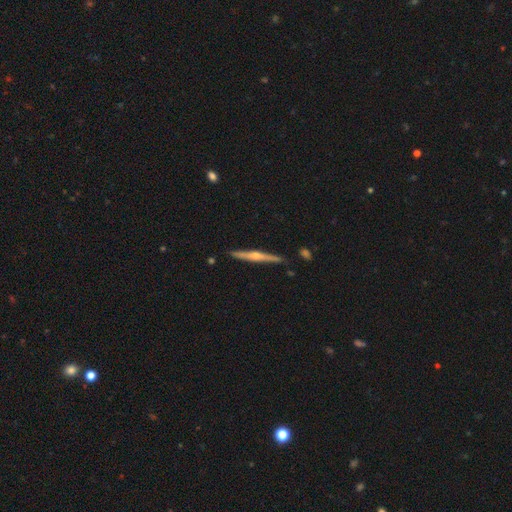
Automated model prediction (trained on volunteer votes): Overall: featured or disk (76%). Edge-on disk: yes (97%). Edge-on bulge: rounded (83%). Merging: none (86%).